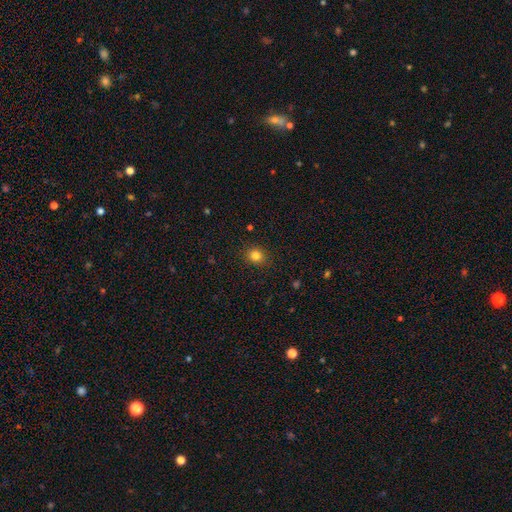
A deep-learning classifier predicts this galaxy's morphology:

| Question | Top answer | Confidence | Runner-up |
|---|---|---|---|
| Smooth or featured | smooth | 82% | star or artifact (13%) |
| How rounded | round | 78% | in between (21%) |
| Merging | none | 89% | minor disturbance (7%) |